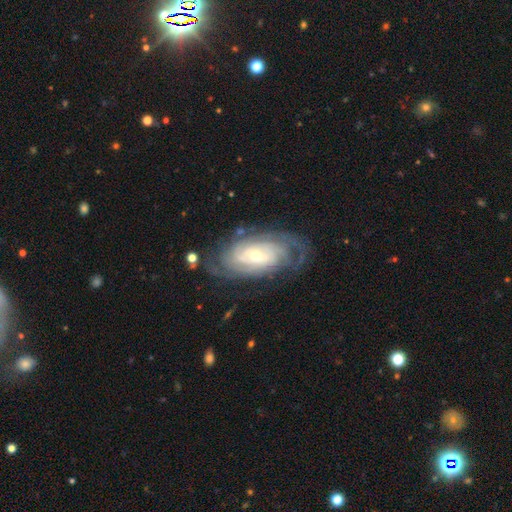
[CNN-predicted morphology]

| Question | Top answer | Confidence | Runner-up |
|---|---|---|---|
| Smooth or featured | featured or disk | 86% | smooth (9%) |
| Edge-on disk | no | 95% | yes (5%) |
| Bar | no | 50% | weak (36%) |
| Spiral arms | yes | 95% | no (5%) |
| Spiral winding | tight | 72% | medium (22%) |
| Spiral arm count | can't tell | 42% | 2 (18%) |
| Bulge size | small | 55% | moderate (41%) |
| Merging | none | 70% | minor disturbance (18%) |